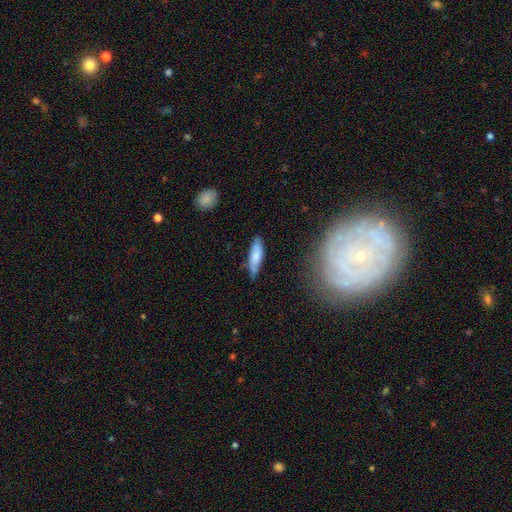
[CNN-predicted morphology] This is likely a smooth galaxy (76%). How rounded: possibly cigar-shaped (58%). Merging: likely none (73%).